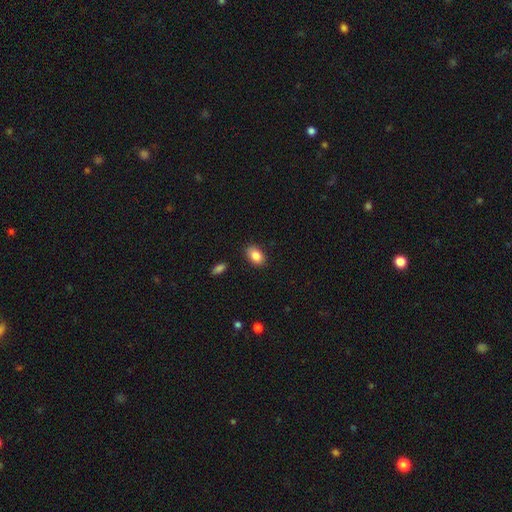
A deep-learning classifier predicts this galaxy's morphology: Q: Smooth or featured?
A: smooth (86%); runner-up: star or artifact (8%)
Q: How rounded?
A: in between (85%); runner-up: round (14%)
Q: Merging?
A: none (86%); runner-up: minor disturbance (10%)